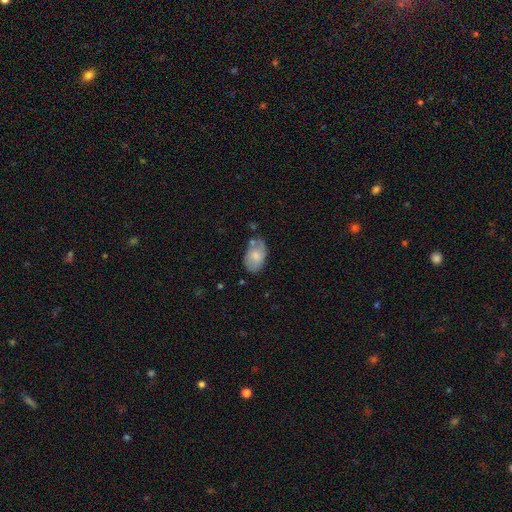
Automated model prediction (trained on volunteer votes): smooth 71%, featured or disk 23%, star or artifact 7%. Down the decision tree: how rounded — in between (91%); merging — none (56%).